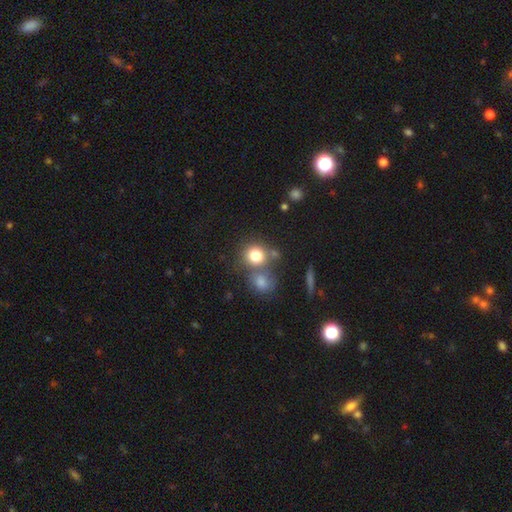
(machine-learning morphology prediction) The model was most divided on "merging": none: 53%, merger: 32%, minor disturbance: 10%, major disturbance: 5%. More confident: how rounded — round (83%); smooth or featured — smooth (79%).